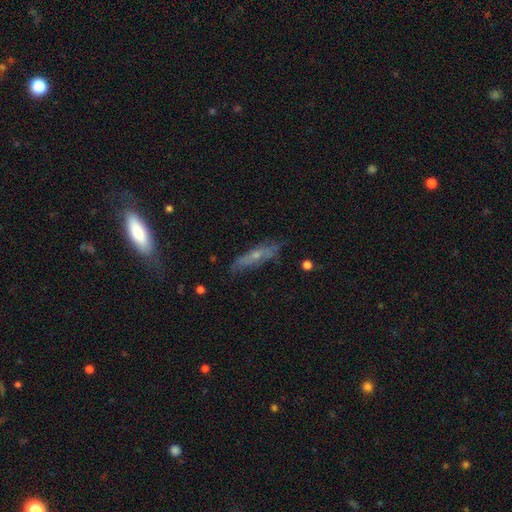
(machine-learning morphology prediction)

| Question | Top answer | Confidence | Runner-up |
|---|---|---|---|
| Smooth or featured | featured or disk | 55% | smooth (35%) |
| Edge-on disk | yes | 59% | no (41%) |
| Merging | none | 70% | minor disturbance (22%) |